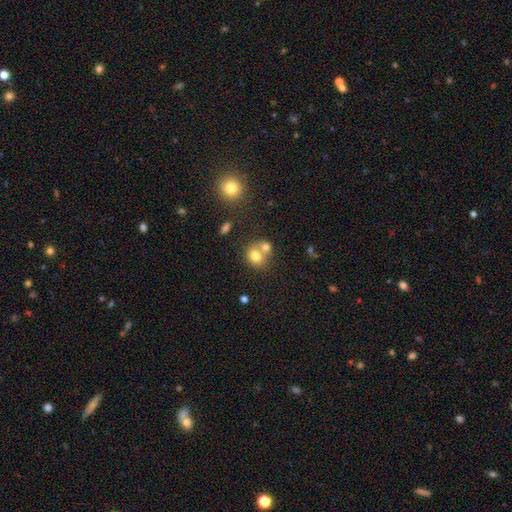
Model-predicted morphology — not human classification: smooth_or_featured: smooth (p=0.72) [alt: featured or disk p=0.17]
how_rounded: round (p=0.71) [alt: in between p=0.28]
merging: merger (p=0.51) [alt: none p=0.37]